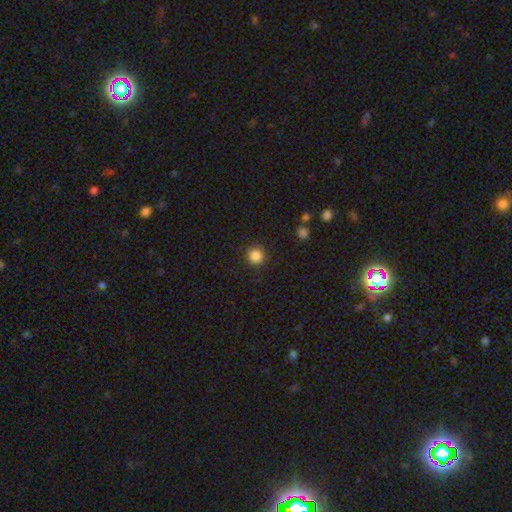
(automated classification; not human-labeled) smooth 86%, star or artifact 11%, featured or disk 4%. Down the decision tree: how rounded — round (95%); merging — none (91%).